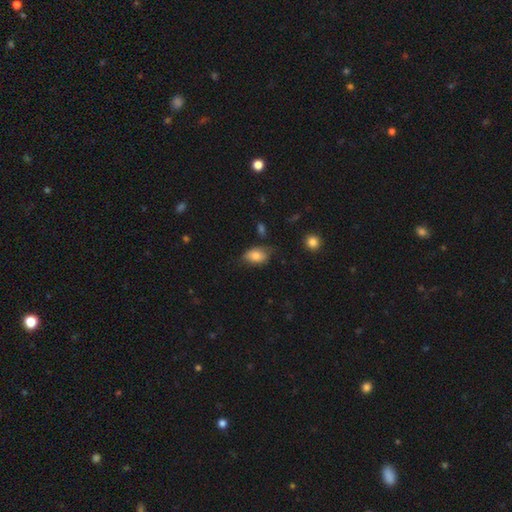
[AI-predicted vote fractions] smooth 81%, featured or disk 11%, star or artifact 8%. Down the decision tree: how rounded — in between (88%); merging — none (62%).